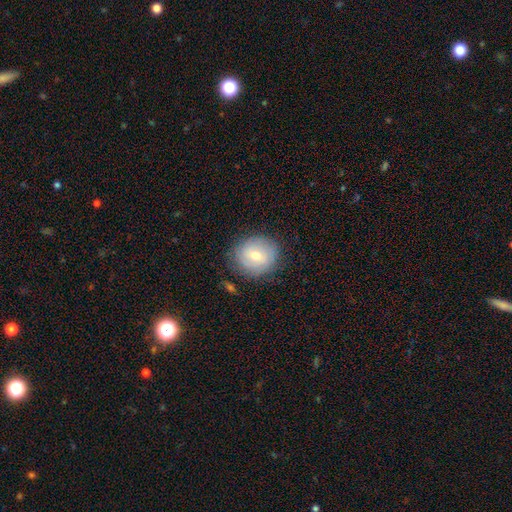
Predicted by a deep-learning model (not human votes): This is likely a smooth galaxy (65%). How rounded: likely round (79%). Merging: clearly none (81%).